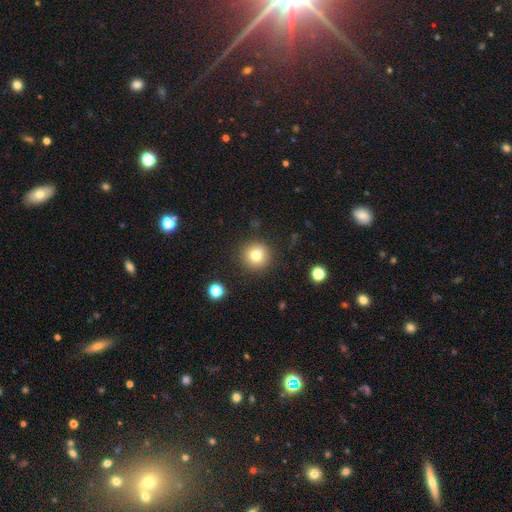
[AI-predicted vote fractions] The model was most divided on "smooth or featured": smooth: 78%, star or artifact: 12%, featured or disk: 10%. More confident: how rounded — round (93%); merging — none (87%).